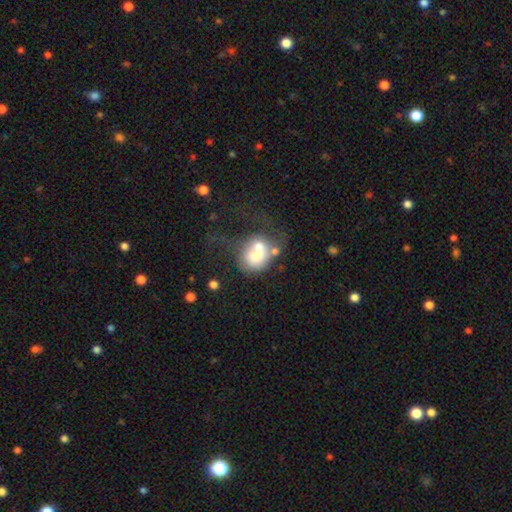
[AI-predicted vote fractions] Smooth or featured: smooth — 54% (featured or disk — 36%)
How rounded: round — 59% (in between — 40%)
Merging: merger — 49% (major disturbance — 20%)